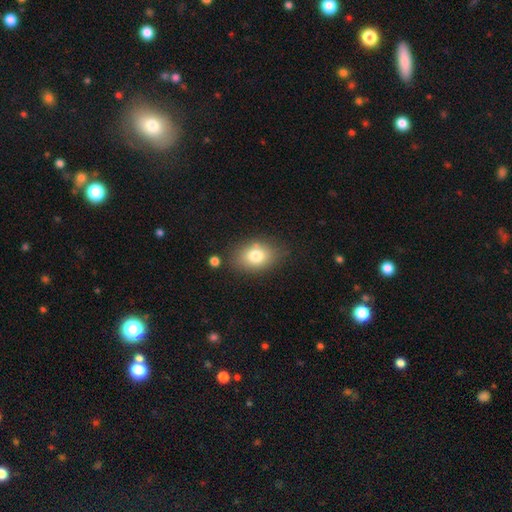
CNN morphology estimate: Overall: smooth (78%). How rounded: in between (76%). Merging: none (77%).